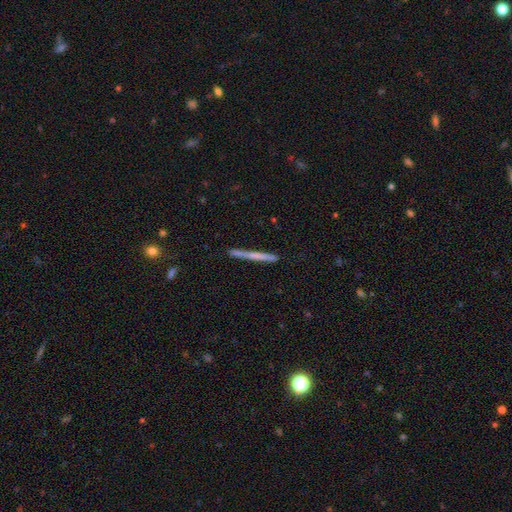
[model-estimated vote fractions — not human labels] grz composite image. It shows a smooth galaxy with no disk features (48%). Merging: none (89%).